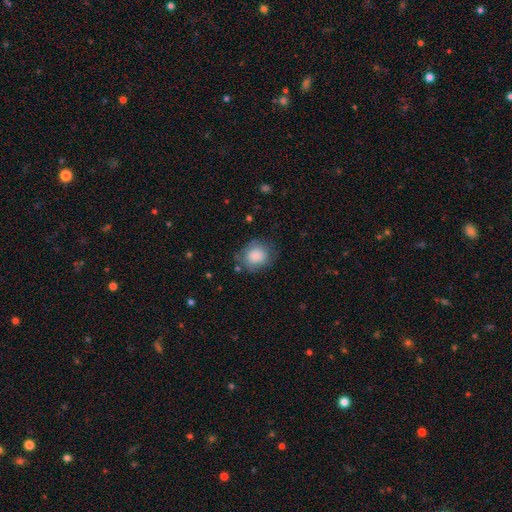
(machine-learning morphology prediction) Smooth or featured? smooth (84%)
How rounded? round (71%)
Merging? none (72%)